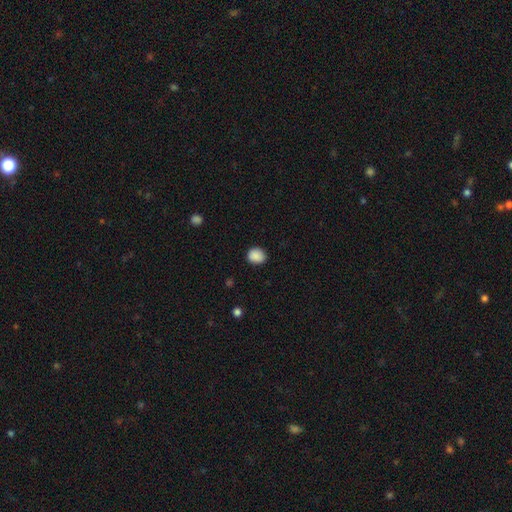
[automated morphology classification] This is clearly a smooth galaxy (89%). How rounded: likely round (66%). Merging: clearly none (87%).